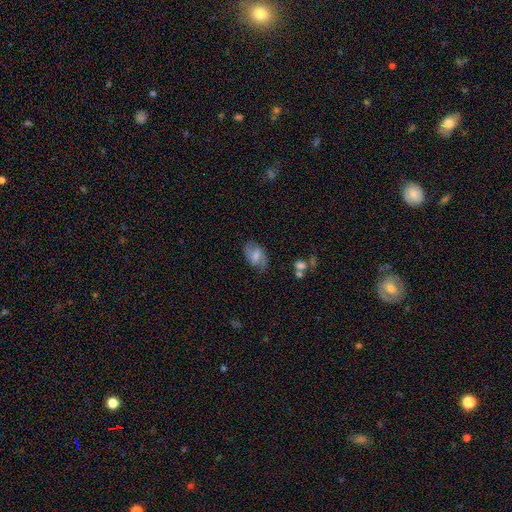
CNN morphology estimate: Smooth or featured? featured or disk (49%)
Merging? none (71%)